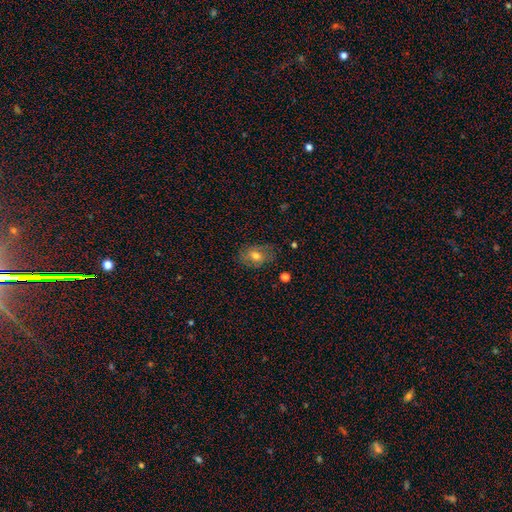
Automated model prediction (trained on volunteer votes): Q: Smooth or featured?
A: smooth (62%); runner-up: featured or disk (27%)
Q: How rounded?
A: in between (71%); runner-up: round (28%)
Q: Merging?
A: none (73%); runner-up: minor disturbance (19%)